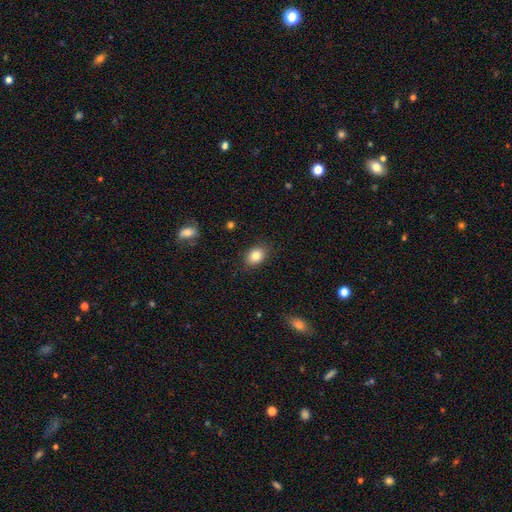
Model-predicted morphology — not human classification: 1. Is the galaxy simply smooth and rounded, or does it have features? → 84% smooth, 9% star or artifact, 7% featured or disk.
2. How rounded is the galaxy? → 71% in between, 28% round, 1% cigar-shaped.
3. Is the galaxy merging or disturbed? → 86% none, 11% minor disturbance, 3% major disturbance, 1% merger.